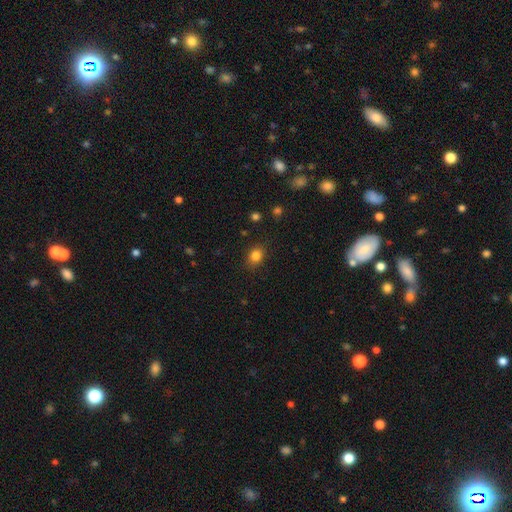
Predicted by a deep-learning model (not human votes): The model was most divided on "how rounded": round: 50%, in between: 49%, cigar-shaped: 1%. More confident: merging — none (84%); smooth or featured — smooth (83%).